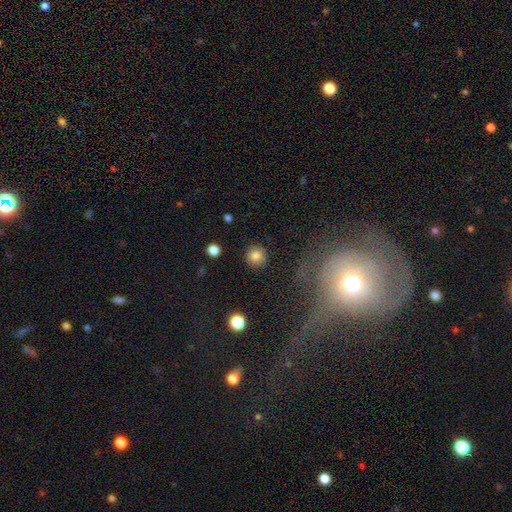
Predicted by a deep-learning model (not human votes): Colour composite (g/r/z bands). It shows a smooth galaxy with no disk features (83%) that is round (94%). Merging: none (91%).